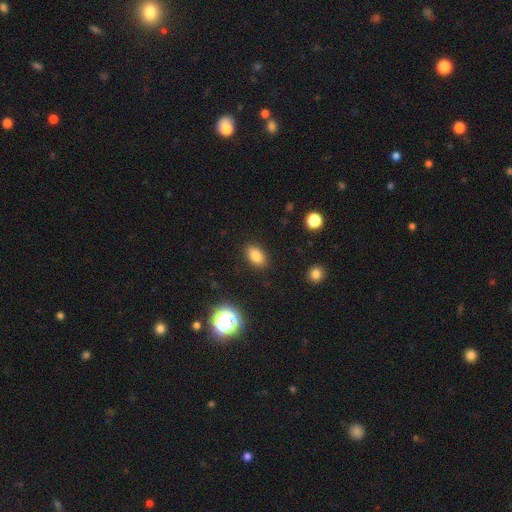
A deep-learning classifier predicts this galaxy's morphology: type=smooth (81%); roundness=in between (86%); merging=none (88%).